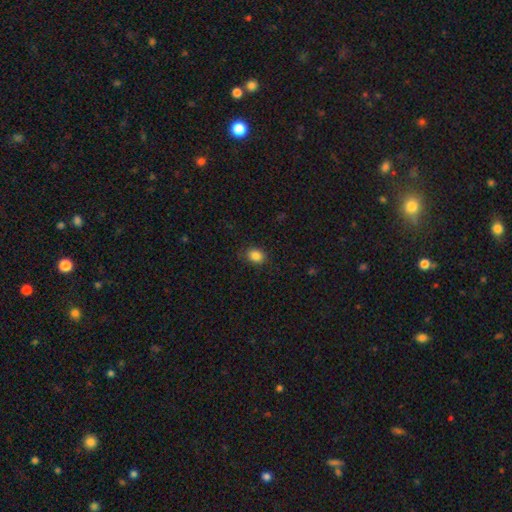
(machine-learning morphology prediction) smooth-or-featured: smooth: 85% | star or artifact: 10% | featured or disk: 5%
  how-rounded: in between: 55% | round: 44% | cigar-shaped: 1%
  merging: none: 80% | minor disturbance: 15% | major disturbance: 4% | merger: 1%